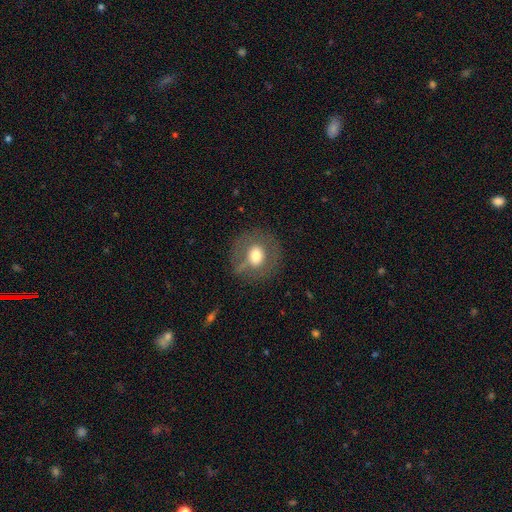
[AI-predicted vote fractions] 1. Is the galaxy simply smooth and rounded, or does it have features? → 59% smooth, 33% featured or disk, 9% star or artifact.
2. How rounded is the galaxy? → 79% round, 20% in between, 1% cigar-shaped.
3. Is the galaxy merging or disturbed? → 74% none, 16% minor disturbance, 8% major disturbance, 2% merger.